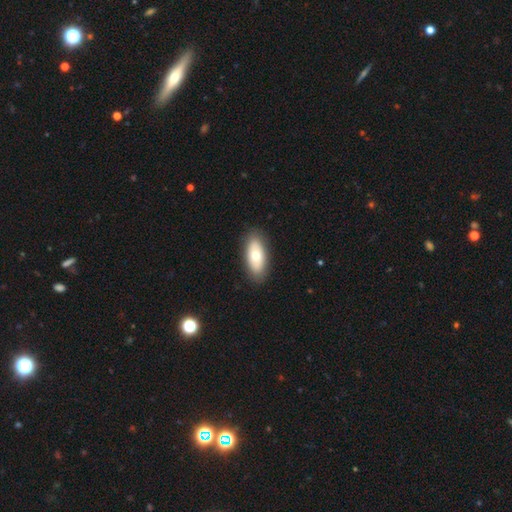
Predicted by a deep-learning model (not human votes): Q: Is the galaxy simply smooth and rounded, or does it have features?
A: smooth — 67%.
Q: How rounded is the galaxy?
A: in between — 88%.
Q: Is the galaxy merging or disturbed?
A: none — 87%.